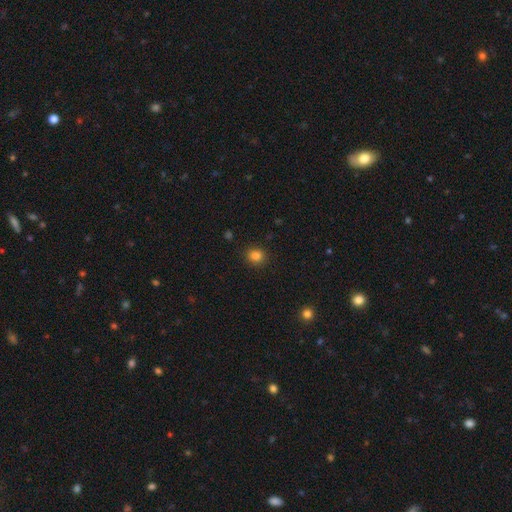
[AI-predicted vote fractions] Smooth or featured? smooth (84%)
How rounded? round (79%)
Merging? none (90%)